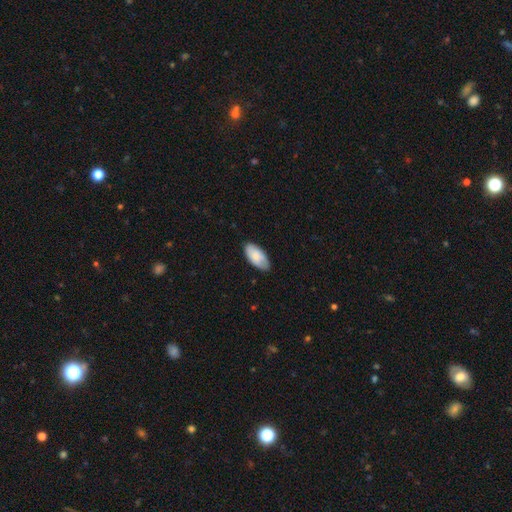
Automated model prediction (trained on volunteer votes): The model was most divided on "smooth or featured": smooth: 79%, featured or disk: 15%, star or artifact: 6%. More confident: how rounded — in between (94%); merging — none (81%).